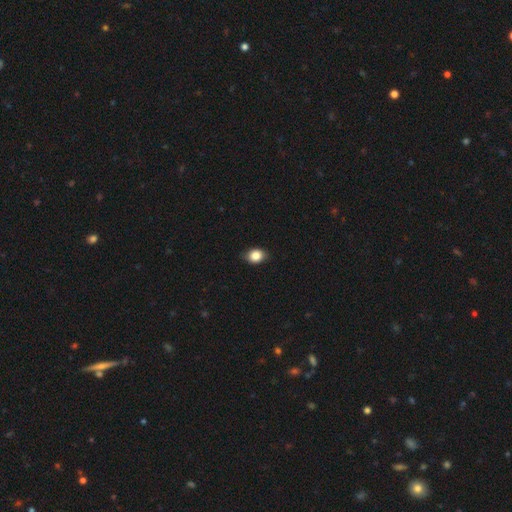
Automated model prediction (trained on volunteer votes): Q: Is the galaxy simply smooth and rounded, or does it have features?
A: smooth — 84%.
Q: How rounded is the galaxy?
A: in between — 59%.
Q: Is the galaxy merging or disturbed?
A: none — 81%.